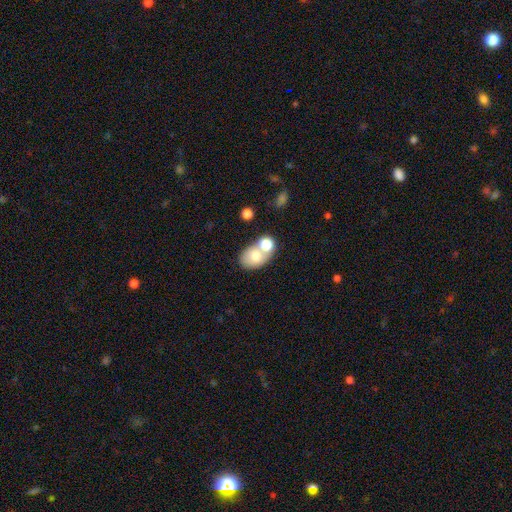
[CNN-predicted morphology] smooth_or_featured: smooth (p=0.70) [alt: featured or disk p=0.20]
how_rounded: in between (p=0.71) [alt: round p=0.28]
merging: merger (p=0.45) [alt: none p=0.38]